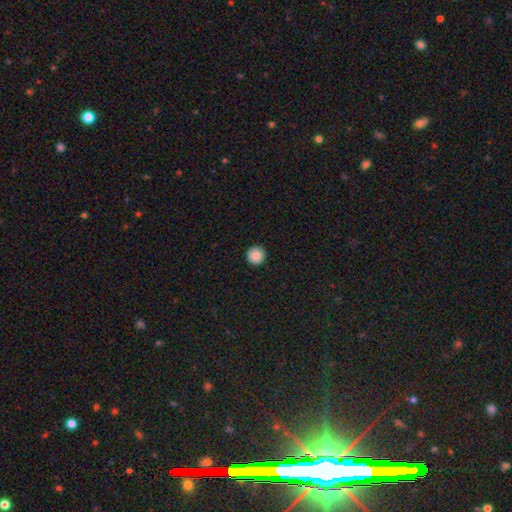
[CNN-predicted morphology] smooth 85%, star or artifact 9%, featured or disk 7%. Down the decision tree: how rounded — round (96%); merging — none (93%).